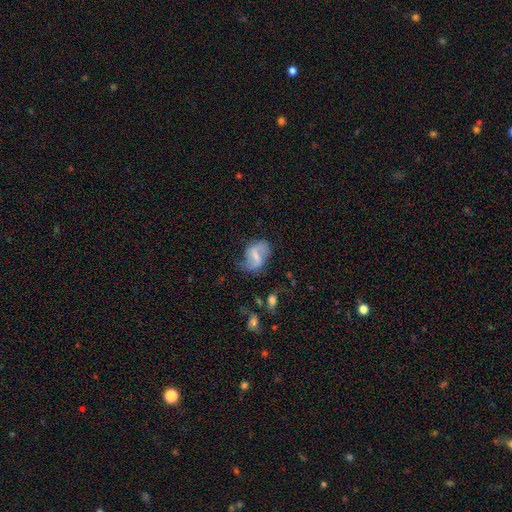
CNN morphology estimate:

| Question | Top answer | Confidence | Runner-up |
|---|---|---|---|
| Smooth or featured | featured or disk | 58% | smooth (33%) |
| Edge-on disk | no | 96% | yes (4%) |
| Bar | weak | 44% | strong (40%) |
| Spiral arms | yes | 75% | no (25%) |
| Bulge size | small | 38% | none (31%) |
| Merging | none | 57% | minor disturbance (26%) |